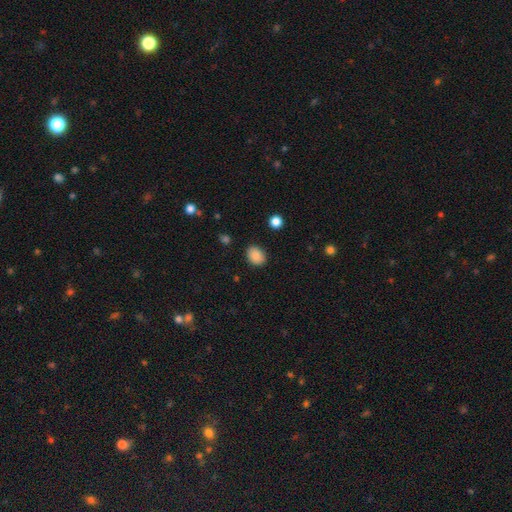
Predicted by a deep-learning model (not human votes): Morphology: type=smooth (87%); roundness=in between (67%); merging=none (86%).